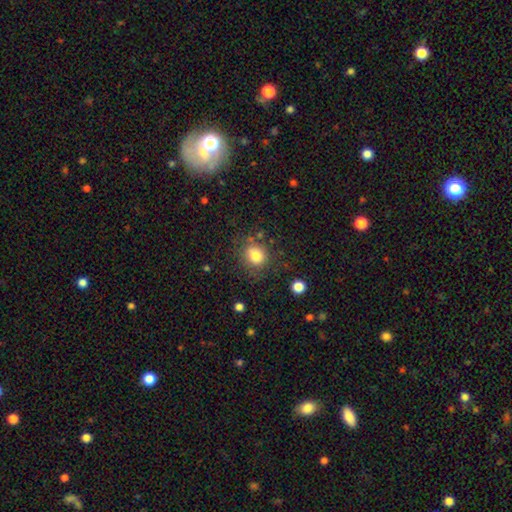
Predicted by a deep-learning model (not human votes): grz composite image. It shows a smooth galaxy with no disk features (81%) that is round (74%). Merging: none (74%).